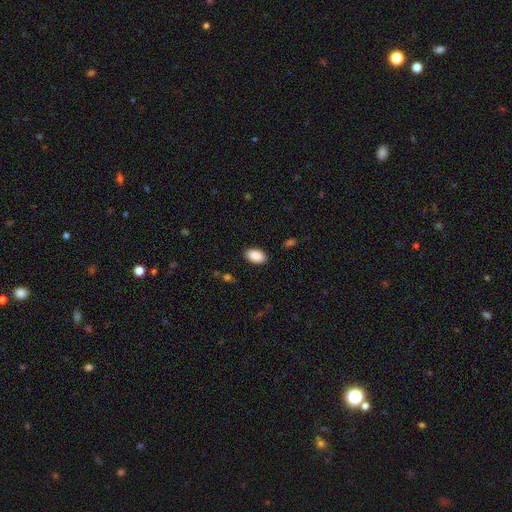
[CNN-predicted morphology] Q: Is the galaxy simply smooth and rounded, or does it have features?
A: smooth — 90%.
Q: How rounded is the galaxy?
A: in between — 93%.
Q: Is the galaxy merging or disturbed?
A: none — 88%.